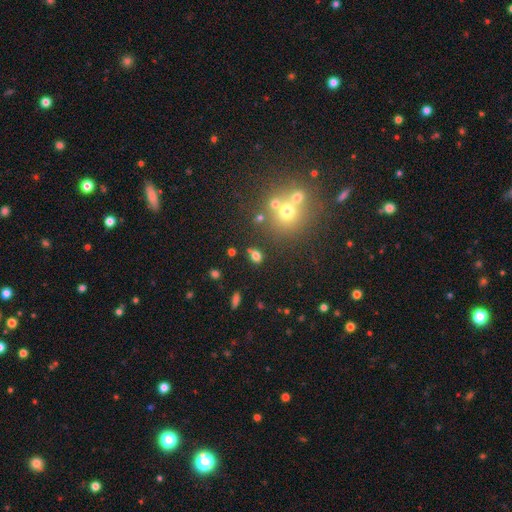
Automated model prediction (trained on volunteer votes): Overall: smooth (73%). How rounded: in between (61%; round 36%). Merging: none (73%).